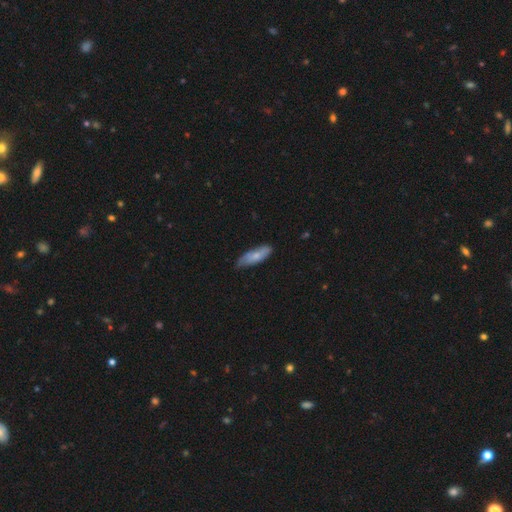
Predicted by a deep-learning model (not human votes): Q: Smooth or featured?
A: smooth (68%); runner-up: featured or disk (27%)
Q: How rounded?
A: in between (57%); runner-up: cigar-shaped (41%)
Q: Merging?
A: none (67%); runner-up: minor disturbance (28%)